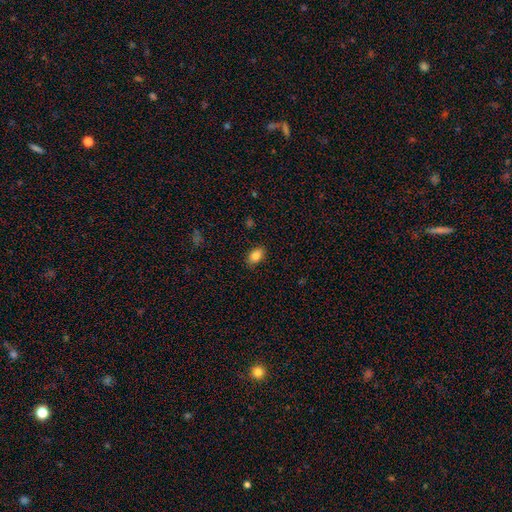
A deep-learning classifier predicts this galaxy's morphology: Smooth or featured? smooth (84%)
How rounded? in between (88%)
Merging? none (87%)